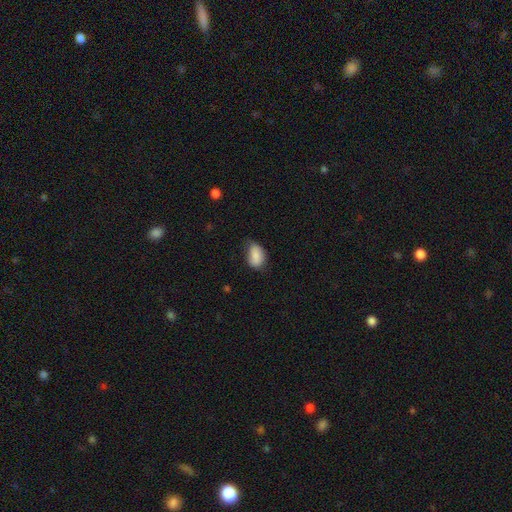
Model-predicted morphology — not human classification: type=smooth (87%); roundness=in between (89%); merging=none (57%).